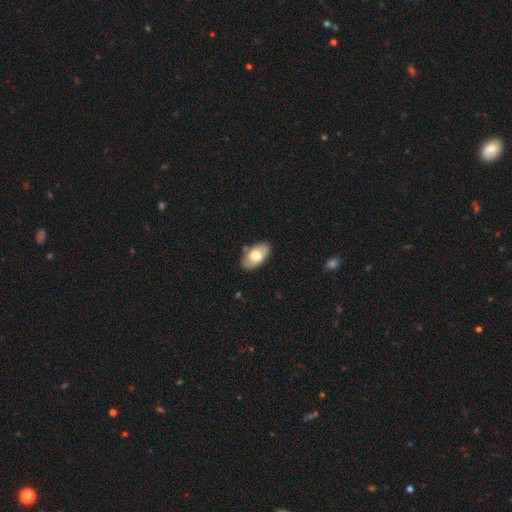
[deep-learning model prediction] A smooth galaxy with no disk features (73%) that is in between round and cigar-shaped (94%).

Vote fractions:
- Smooth or featured? smooth: 73% / featured or disk: 21% / star or artifact: 6%
- How rounded? in between: 94% / round: 4% / cigar-shaped: 2%
- Merging? none: 83% / minor disturbance: 12% / merger: 3% / major disturbance: 2%